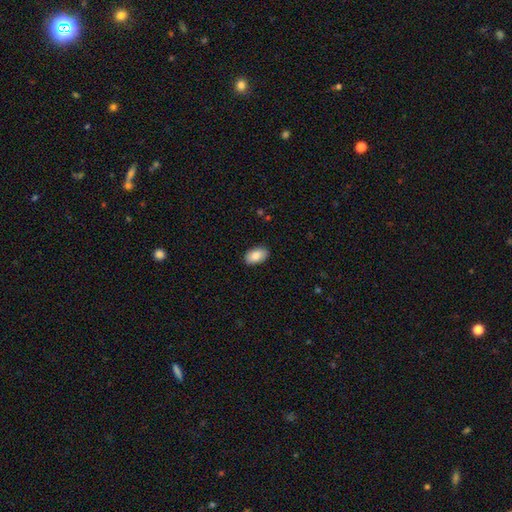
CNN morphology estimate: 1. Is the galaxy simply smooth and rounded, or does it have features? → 85% smooth, 9% featured or disk, 6% star or artifact.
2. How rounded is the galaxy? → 93% in between, 6% round, 1% cigar-shaped.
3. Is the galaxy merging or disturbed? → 88% none, 9% minor disturbance, 2% major disturbance, 1% merger.